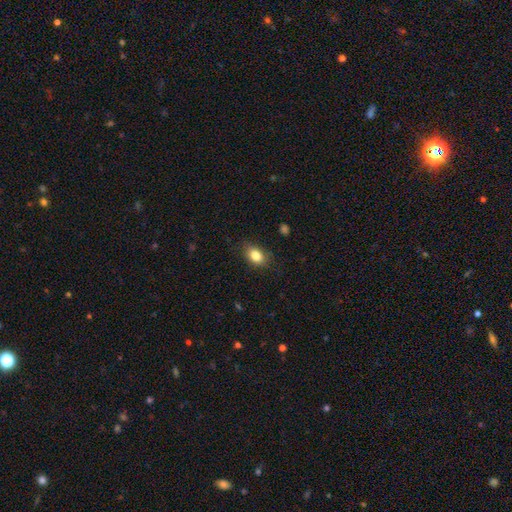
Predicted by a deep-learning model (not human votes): Smooth or featured: smooth — 84% (star or artifact — 9%)
How rounded: in between — 80% (round — 18%)
Merging: none — 81% (minor disturbance — 14%)